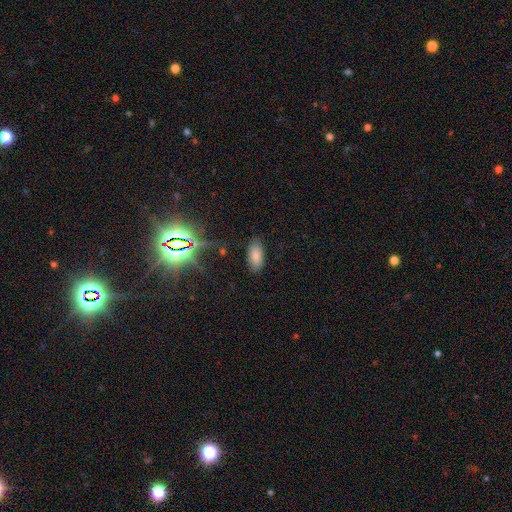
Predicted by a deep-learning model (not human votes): This is likely a smooth galaxy (79%). How rounded: clearly in between (92%). Merging: clearly none (82%).